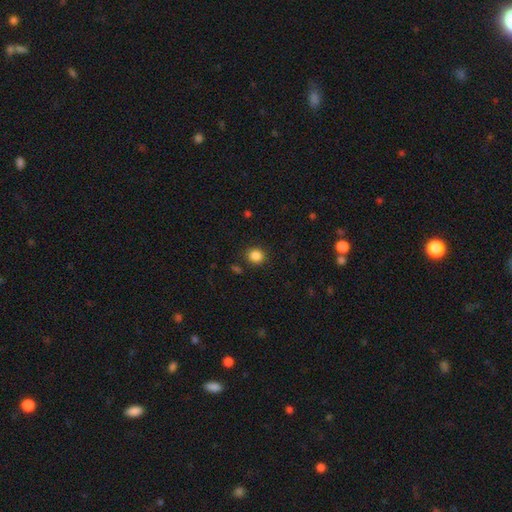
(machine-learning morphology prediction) Smooth or featured? smooth (86%)
How rounded? round (82%)
Merging? none (87%)